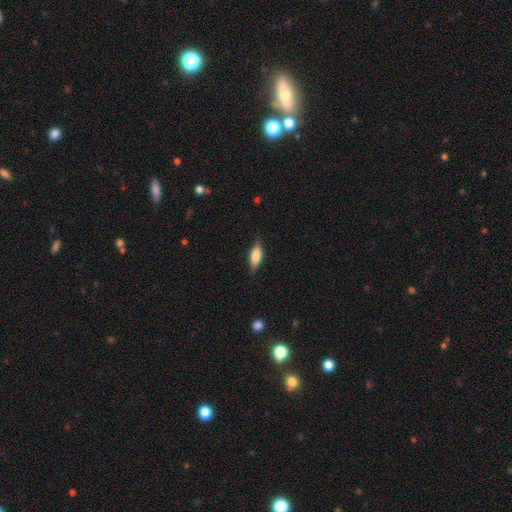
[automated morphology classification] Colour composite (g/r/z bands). It shows a smooth galaxy with no disk features (69%) that is in between round and cigar-shaped (63%). Merging: none (81%).